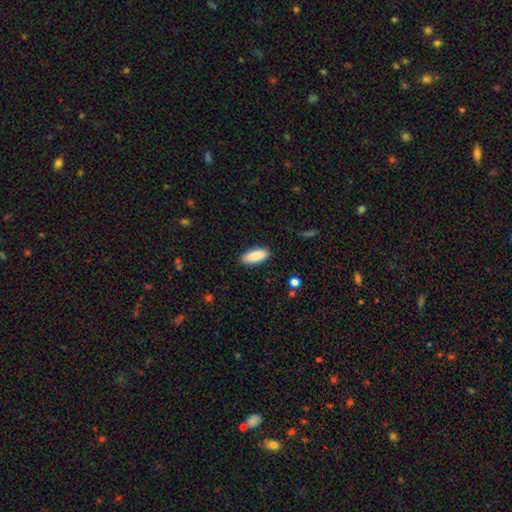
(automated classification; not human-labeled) This is clearly a smooth galaxy (89%). How rounded: likely in between (78%). Merging: clearly none (88%).